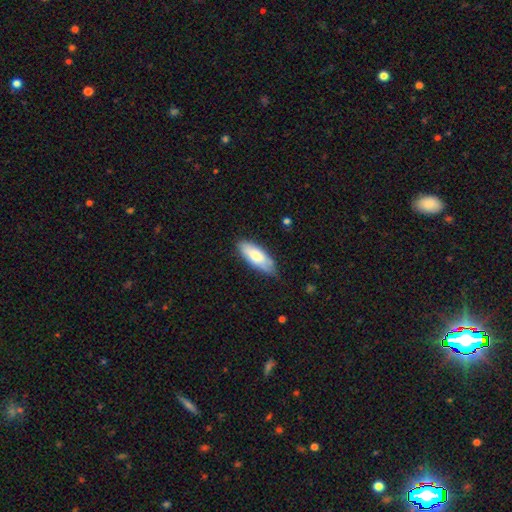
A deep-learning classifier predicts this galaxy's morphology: A smooth galaxy with no disk features (72%) that is in between round and cigar-shaped (74%). Merging: none (72%).